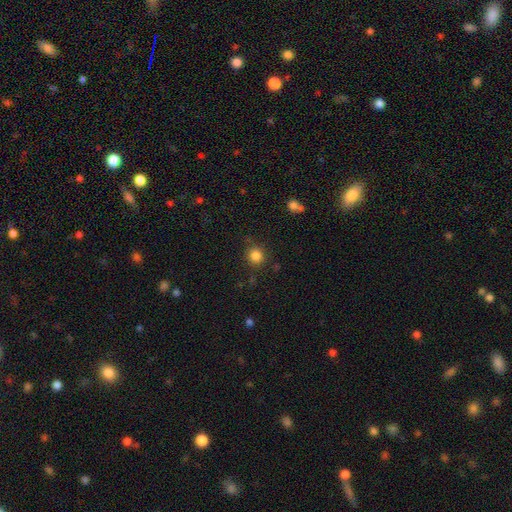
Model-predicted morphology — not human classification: Q: Smooth or featured?
A: smooth (84%); runner-up: star or artifact (12%)
Q: How rounded?
A: round (90%); runner-up: in between (9%)
Q: Merging?
A: none (86%); runner-up: minor disturbance (9%)